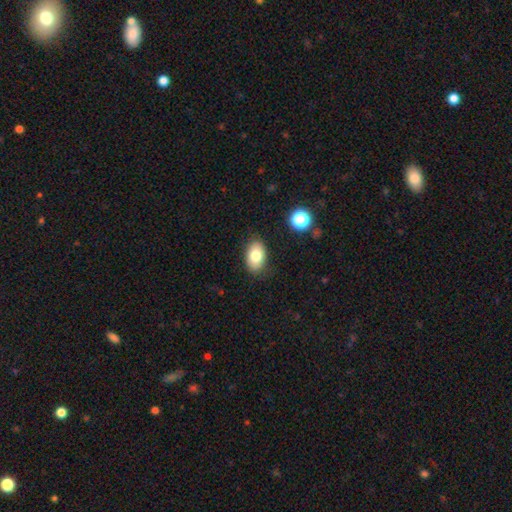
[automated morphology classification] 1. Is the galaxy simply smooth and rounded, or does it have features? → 80% smooth, 11% featured or disk, 9% star or artifact.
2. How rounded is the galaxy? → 88% in between, 11% round, 1% cigar-shaped.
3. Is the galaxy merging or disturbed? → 85% none, 11% minor disturbance, 3% major disturbance, 1% merger.